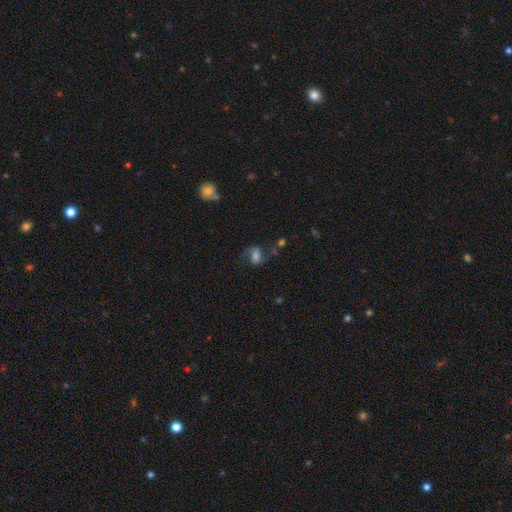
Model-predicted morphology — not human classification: Smooth or featured: featured or disk — 54% (smooth — 33%)
Edge-on disk: no — 96% (yes — 4%)
Bar: weak — 44% (no — 35%)
Spiral arms: yes — 87% (no — 13%)
Bulge size: moderate — 37% (large — 26%)
Merging: none — 53% (major disturbance — 21%)